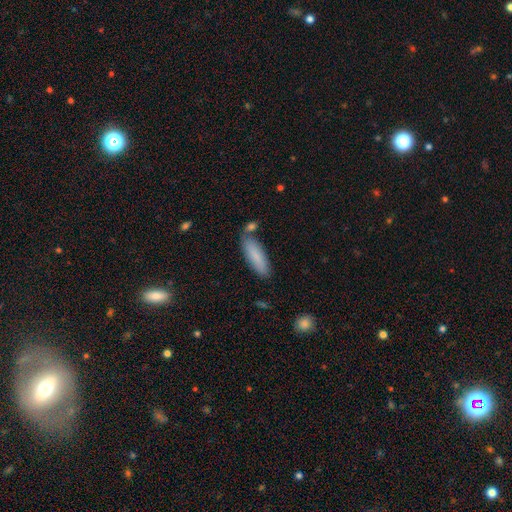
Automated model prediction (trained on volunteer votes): Smooth or featured?
  - smooth: 83% *
  - featured or disk: 11%
  - star or artifact: 6%
How rounded?
  - cigar-shaped: 56% *
  - in between: 42%
  - round: 2%
Merging?
  - none: 75% *
  - minor disturbance: 14%
  - merger: 8%
  - major disturbance: 3%